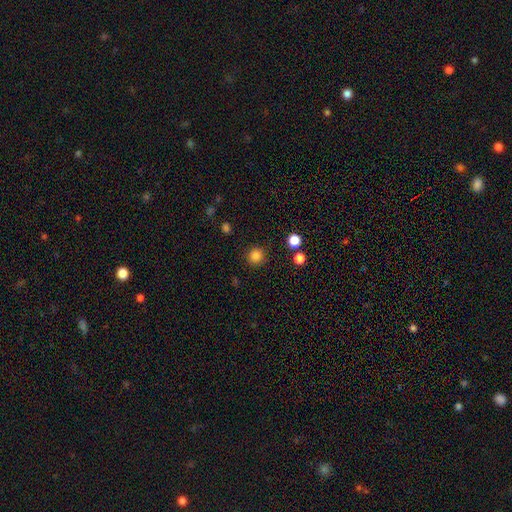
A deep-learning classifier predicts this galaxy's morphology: type=smooth (84%); roundness=round (93%); merging=none (89%).